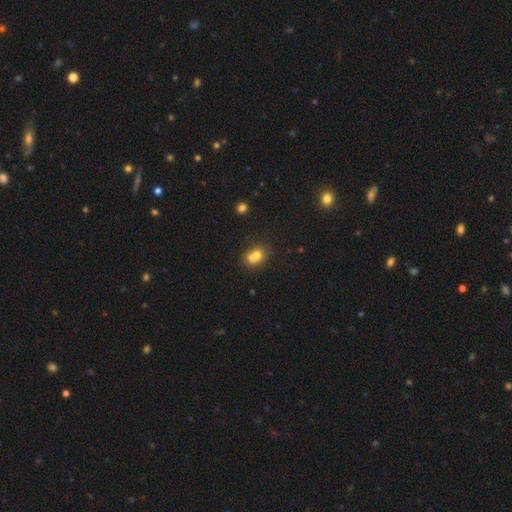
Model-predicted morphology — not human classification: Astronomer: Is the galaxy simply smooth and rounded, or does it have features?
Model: smooth — 69%.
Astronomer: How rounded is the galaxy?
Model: round — 67%.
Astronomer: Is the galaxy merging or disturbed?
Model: merger — 58%.